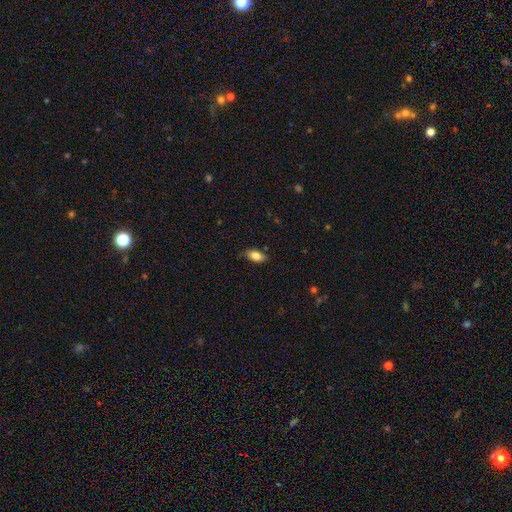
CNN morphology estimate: This appears to be a smooth galaxy with no disk features (81%) that is in between round and cigar-shaped (87%). Merging: none (78%).